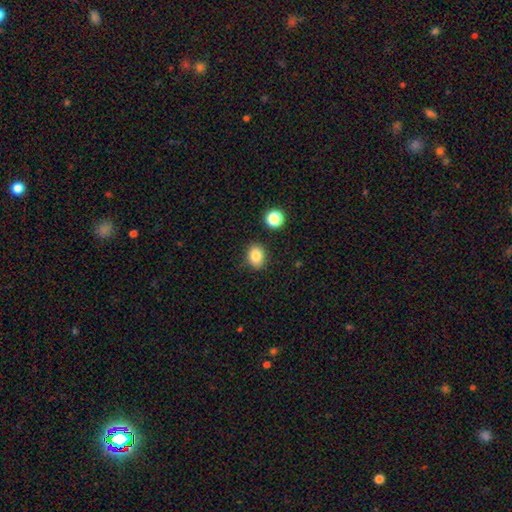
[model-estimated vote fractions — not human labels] Q: Smooth or featured?
A: smooth (84%); runner-up: star or artifact (10%)
Q: How rounded?
A: in between (55%); runner-up: round (44%)
Q: Merging?
A: none (85%); runner-up: minor disturbance (10%)